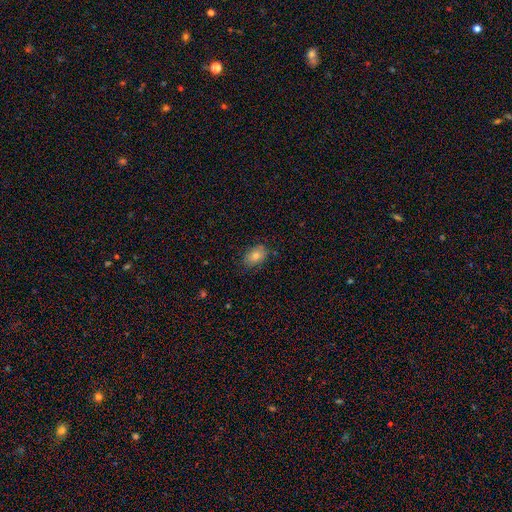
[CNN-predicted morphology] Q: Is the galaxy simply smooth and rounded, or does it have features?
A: smooth — 77%.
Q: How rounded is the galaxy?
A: in between — 82%.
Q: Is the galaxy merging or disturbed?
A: none — 82%.